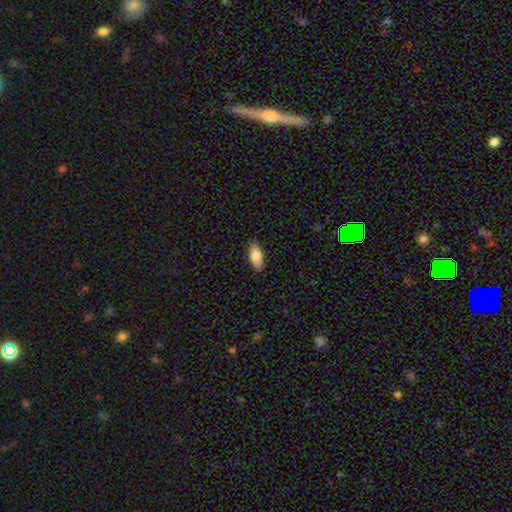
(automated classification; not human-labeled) A smooth galaxy with no disk features (84%) that is in between round and cigar-shaped (86%).

Vote fractions:
- Smooth or featured? smooth: 84% / featured or disk: 10% / star or artifact: 6%
- How rounded? in between: 86% / cigar-shaped: 12% / round: 2%
- Merging? none: 86% / minor disturbance: 11% / major disturbance: 2% / merger: 1%